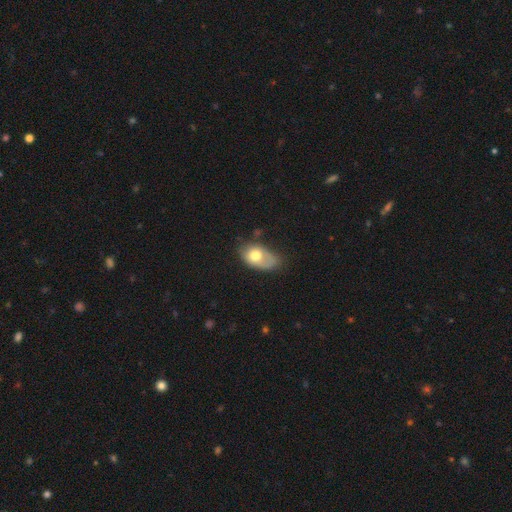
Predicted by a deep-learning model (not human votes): A smooth galaxy with no disk features (67%) that is in between round and cigar-shaped (87%).

Vote fractions:
- Smooth or featured? smooth: 67% / featured or disk: 26% / star or artifact: 7%
- How rounded? in between: 87% / round: 11% / cigar-shaped: 2%
- Merging? minor disturbance: 38% / none: 36% / major disturbance: 21% / merger: 5%